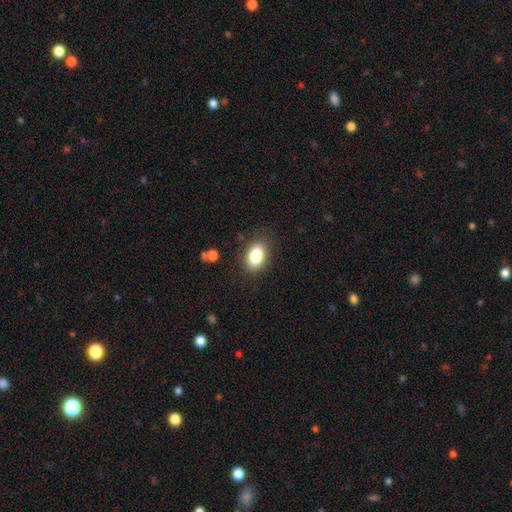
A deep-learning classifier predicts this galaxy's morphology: Smooth or featured? Predicted: smooth (p=0.85). How rounded? Predicted: in between (p=0.86). Merging? Predicted: none (p=0.83).